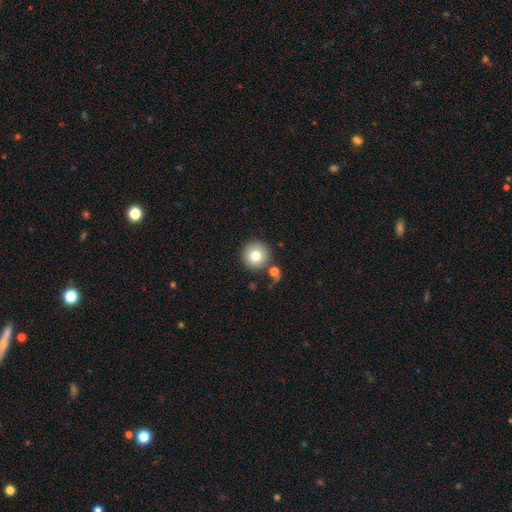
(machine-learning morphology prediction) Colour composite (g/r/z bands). It shows a smooth galaxy with no disk features (79%) that is round (95%). Merging: none (82%).